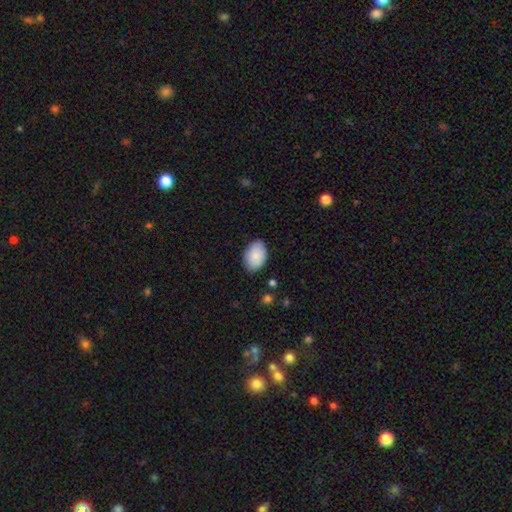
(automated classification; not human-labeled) The model was most divided on "merging": none: 84%, minor disturbance: 13%, major disturbance: 2%, merger: 1%. More confident: how rounded — in between (89%); smooth or featured — smooth (87%).